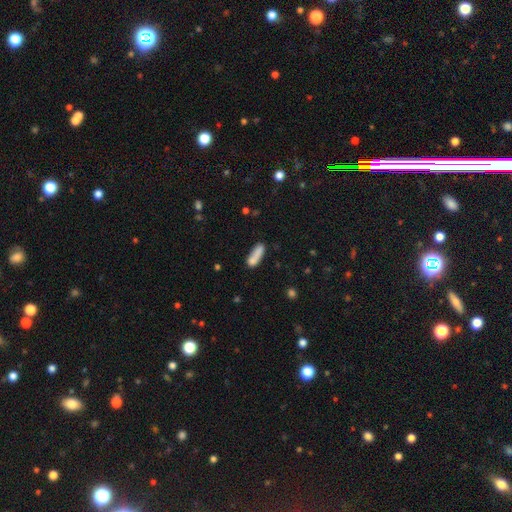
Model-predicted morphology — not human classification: smooth 80%, featured or disk 12%, star or artifact 8%. Down the decision tree: how rounded — cigar-shaped (54%); merging — none (55%).